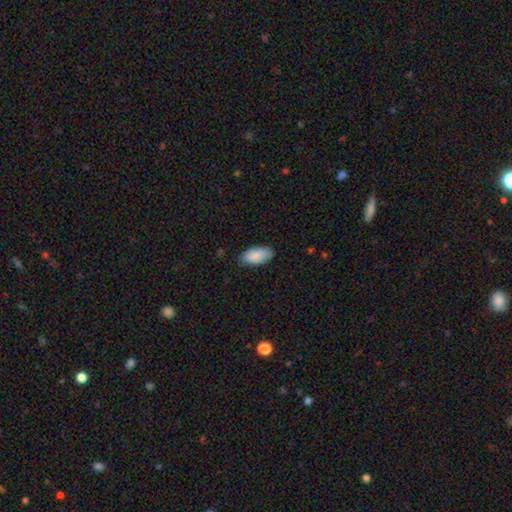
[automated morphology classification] smooth_or_featured: smooth (p=0.89) [alt: star or artifact p=0.06]
how_rounded: in between (p=0.93) [alt: cigar-shaped p=0.05]
merging: none (p=0.78) [alt: minor disturbance p=0.18]